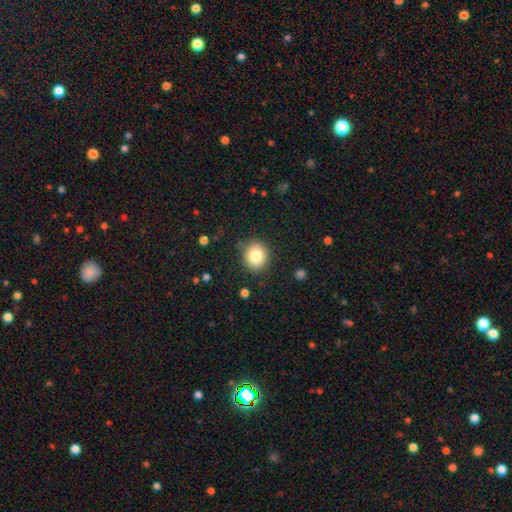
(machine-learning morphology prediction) Q: Smooth or featured?
A: smooth (82%); runner-up: star or artifact (10%)
Q: How rounded?
A: round (78%); runner-up: in between (21%)
Q: Merging?
A: none (88%); runner-up: minor disturbance (8%)